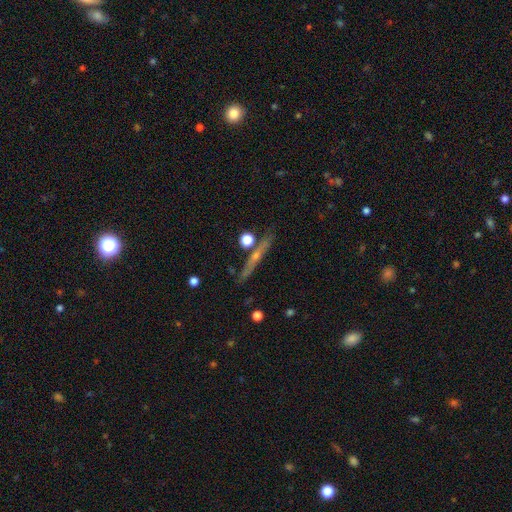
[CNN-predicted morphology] The model was most divided on "smooth or featured": featured or disk: 65%, smooth: 25%, star or artifact: 10%. More confident: edge-on disk — yes (95%); merging — none (82%); edge-on bulge — rounded (73%).